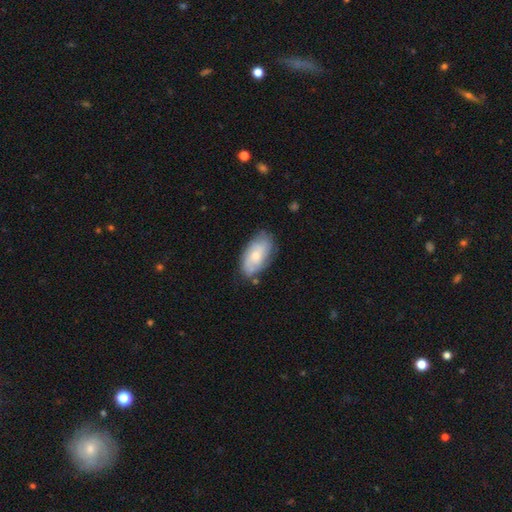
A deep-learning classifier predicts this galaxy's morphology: type=smooth (48%); merging=none (72%).